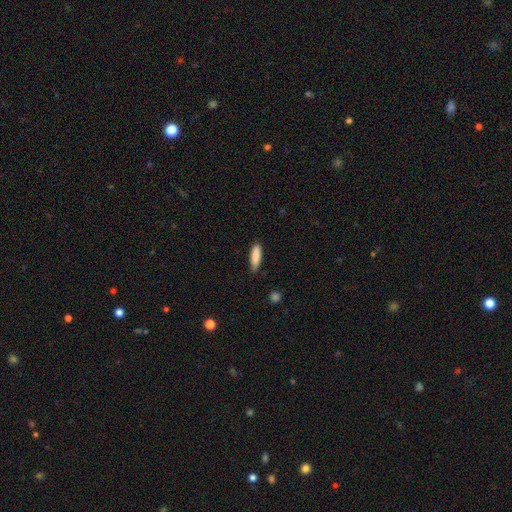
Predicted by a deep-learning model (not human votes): The model was most divided on "how rounded": cigar-shaped: 61%, in between: 37%, round: 2%. More confident: smooth or featured — smooth (87%); merging — none (79%).